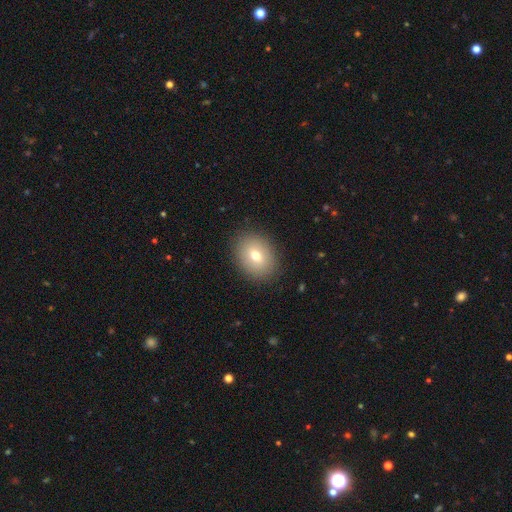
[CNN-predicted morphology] Q: Smooth or featured?
A: smooth (71%); runner-up: featured or disk (19%)
Q: How rounded?
A: in between (65%); runner-up: round (34%)
Q: Merging?
A: none (88%); runner-up: minor disturbance (8%)